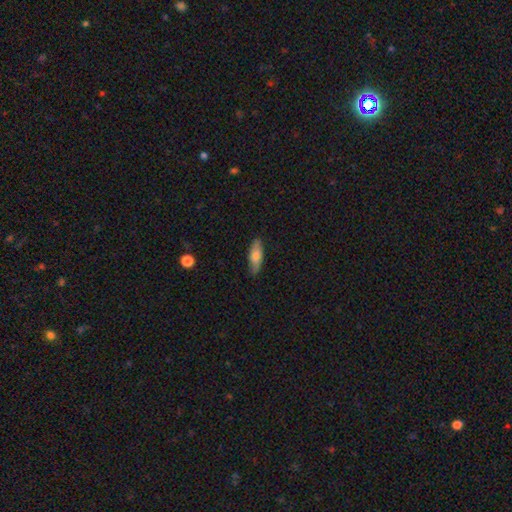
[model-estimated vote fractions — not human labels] Q: Smooth or featured?
A: smooth (70%); runner-up: featured or disk (24%)
Q: How rounded?
A: in between (60%); runner-up: cigar-shaped (38%)
Q: Merging?
A: none (82%); runner-up: minor disturbance (15%)